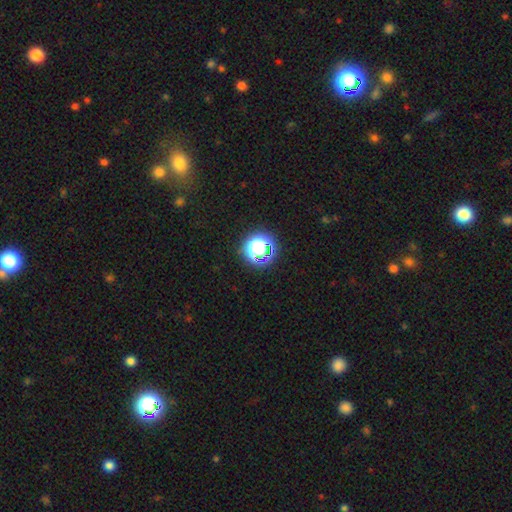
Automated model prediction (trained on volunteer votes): smooth_or_featured: star or artifact (p=0.47) [alt: smooth p=0.42]